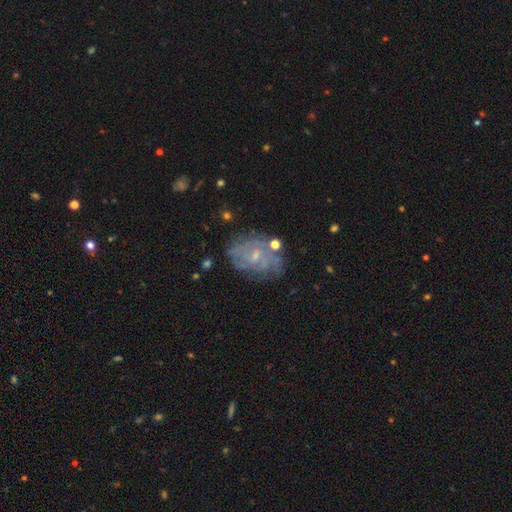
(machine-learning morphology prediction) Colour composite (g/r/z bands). It shows a featured or disk galaxy (68%) with no bar (58%), spiral arms (73%) and a small central bulge (65%). Merging: none (62%).